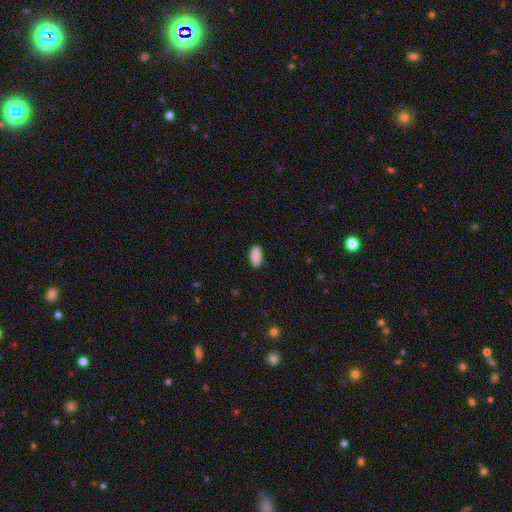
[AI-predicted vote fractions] Smooth or featured? smooth (89%)
How rounded? in between (93%)
Merging? none (86%)